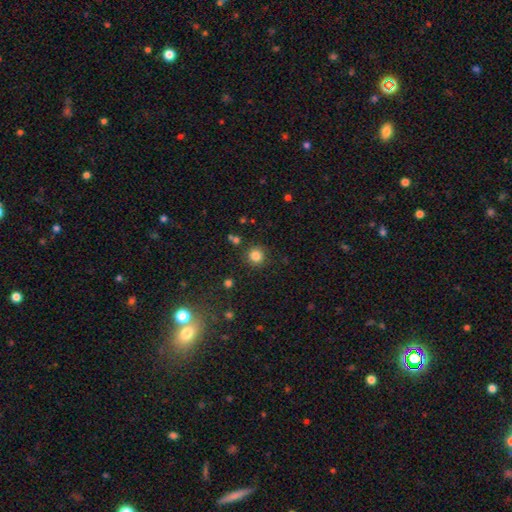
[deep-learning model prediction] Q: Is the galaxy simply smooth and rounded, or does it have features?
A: smooth — 82%.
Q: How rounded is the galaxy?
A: round — 94%.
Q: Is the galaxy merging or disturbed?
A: none — 87%.